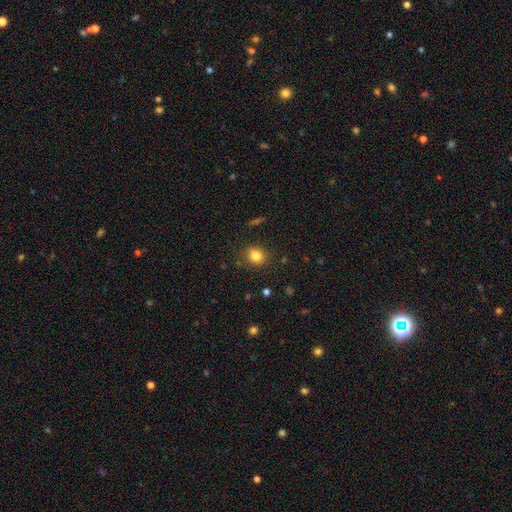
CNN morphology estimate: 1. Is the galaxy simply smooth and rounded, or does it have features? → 81% smooth, 12% star or artifact, 7% featured or disk.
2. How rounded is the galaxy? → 69% round, 30% in between, 1% cigar-shaped.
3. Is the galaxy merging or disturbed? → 84% none, 11% minor disturbance, 3% major disturbance, 2% merger.